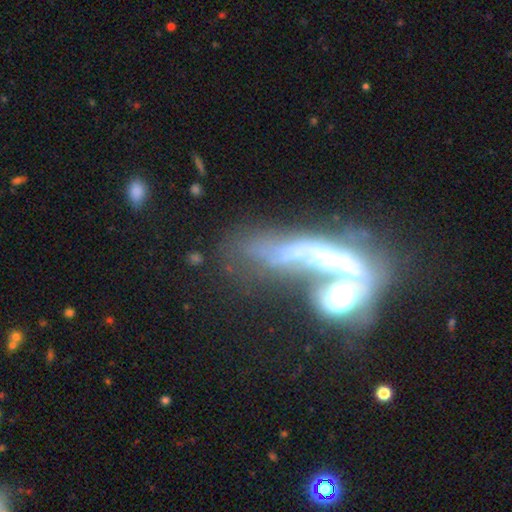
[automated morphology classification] smooth-or-featured: featured or disk: 51% | smooth: 26% | star or artifact: 23%
  disk-edge-on: no: 64% | yes: 36%
  merging: merger: 43% | major disturbance: 25% | none: 20% | minor disturbance: 11%